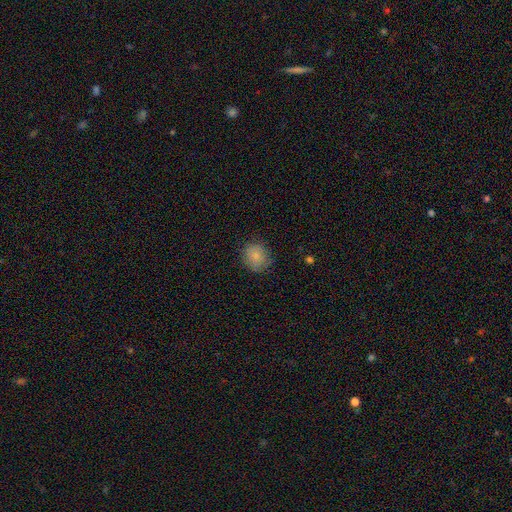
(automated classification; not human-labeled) smooth 82%, star or artifact 9%, featured or disk 8%. Down the decision tree: how rounded — round (81%); merging — none (80%).